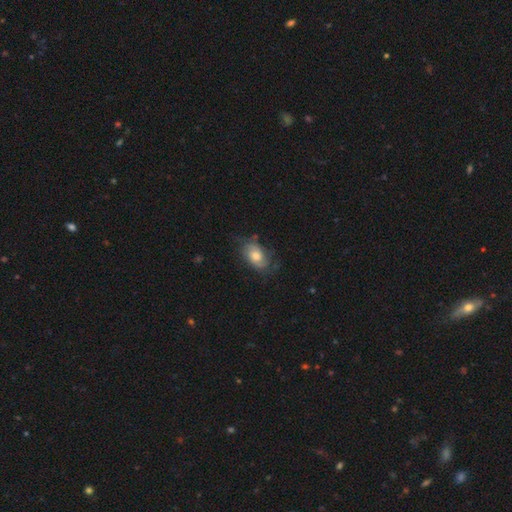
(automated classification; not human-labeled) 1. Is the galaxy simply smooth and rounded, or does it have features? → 51% smooth, 38% featured or disk, 11% star or artifact.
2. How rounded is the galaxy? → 80% in between, 18% round, 2% cigar-shaped.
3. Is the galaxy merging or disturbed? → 66% none, 23% minor disturbance, 9% major disturbance, 1% merger.